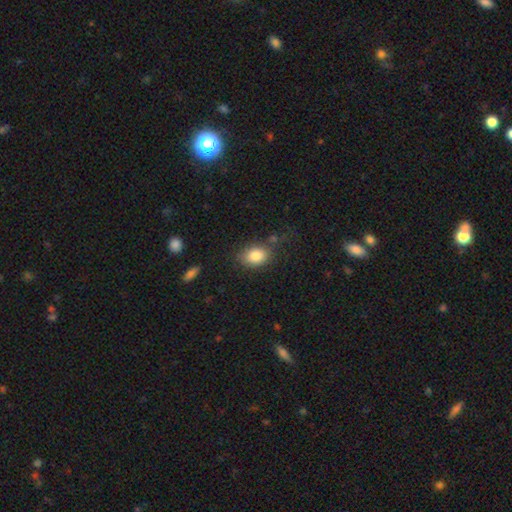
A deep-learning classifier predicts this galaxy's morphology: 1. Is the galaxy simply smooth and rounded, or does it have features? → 83% smooth, 8% star or artifact, 8% featured or disk.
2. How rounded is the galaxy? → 73% in between, 26% round, 1% cigar-shaped.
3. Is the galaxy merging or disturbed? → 72% none, 18% minor disturbance, 6% major disturbance, 4% merger.